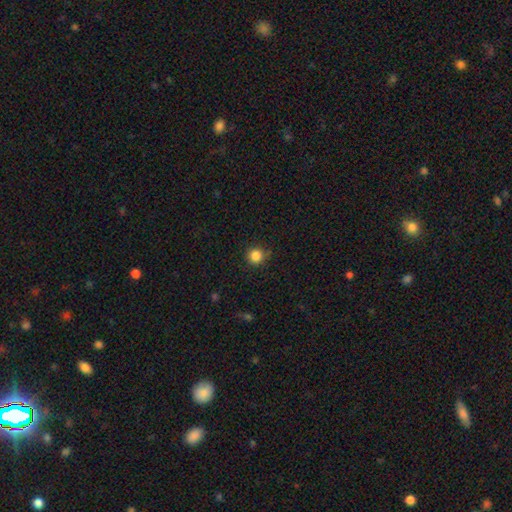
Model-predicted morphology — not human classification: A smooth galaxy with no disk features (85%) that is round (94%). Merging: none (86%).